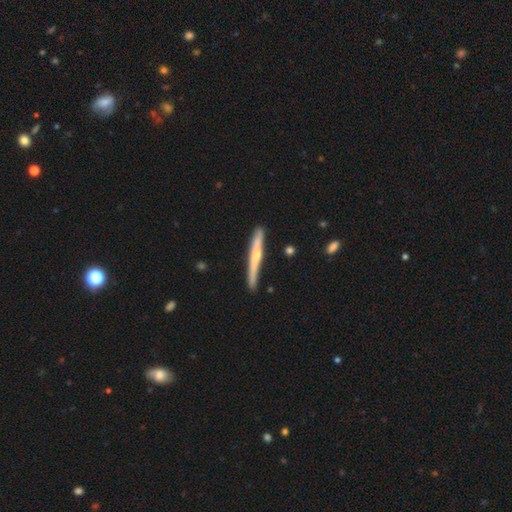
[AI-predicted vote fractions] Smooth or featured: featured or disk — 55% (smooth — 39%)
Edge-on disk: yes — 96% (no — 4%)
Edge-on bulge: rounded — 56% (none — 37%)
Merging: none — 84% (minor disturbance — 12%)